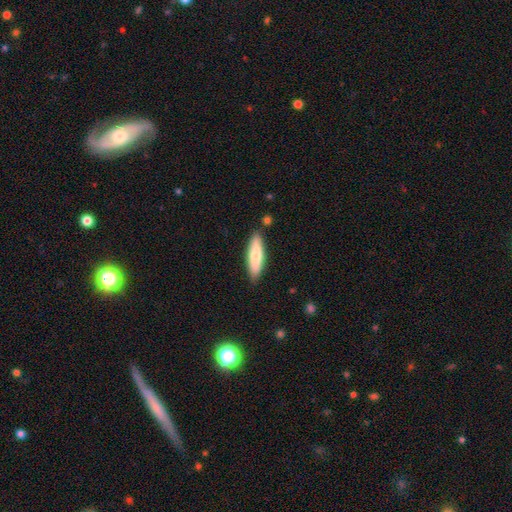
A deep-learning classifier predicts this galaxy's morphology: A smooth galaxy with no disk features (72%) that is cigar-shaped (62%). Merging: none (85%).